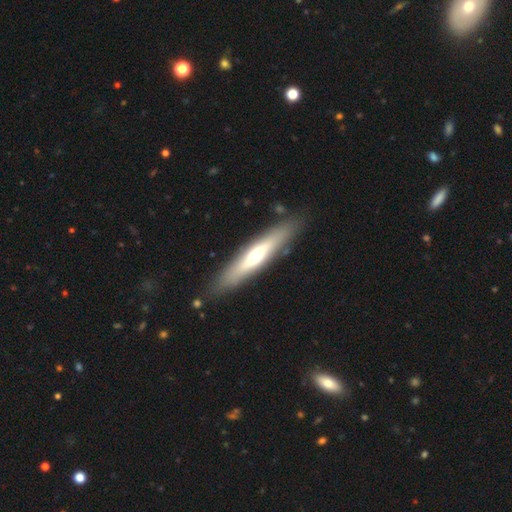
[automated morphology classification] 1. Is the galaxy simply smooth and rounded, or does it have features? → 48% featured or disk, 47% smooth, 5% star or artifact.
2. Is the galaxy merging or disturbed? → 86% none, 10% minor disturbance, 2% major disturbance, 2% merger.